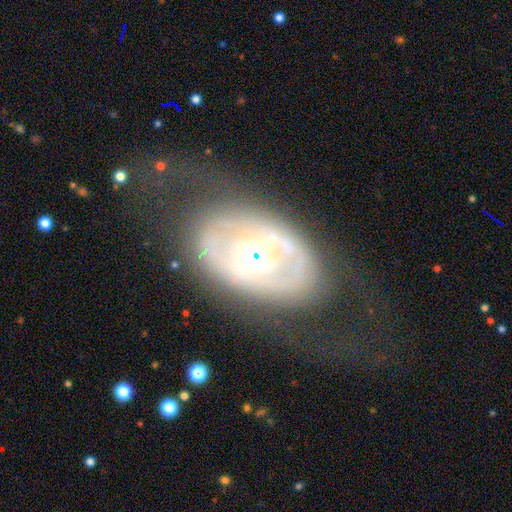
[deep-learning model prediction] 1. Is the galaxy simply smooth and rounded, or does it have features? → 72% featured or disk, 21% smooth, 7% star or artifact.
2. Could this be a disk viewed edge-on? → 93% no, 7% yes.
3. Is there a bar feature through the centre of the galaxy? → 60% no, 27% weak, 13% strong.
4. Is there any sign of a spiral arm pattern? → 56% no, 44% yes.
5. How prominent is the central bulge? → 51% moderate, 36% small, 9% large, 2% none, 2% dominant.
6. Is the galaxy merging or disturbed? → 49% none, 27% major disturbance, 21% minor disturbance, 3% merger.